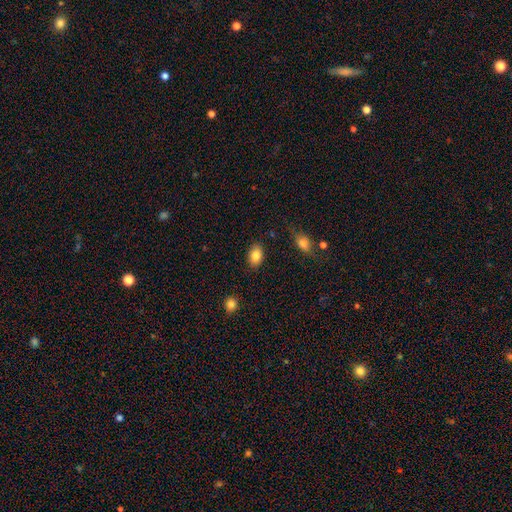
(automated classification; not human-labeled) This is clearly a smooth galaxy (84%). How rounded: clearly in between (87%). Merging: clearly none (86%).